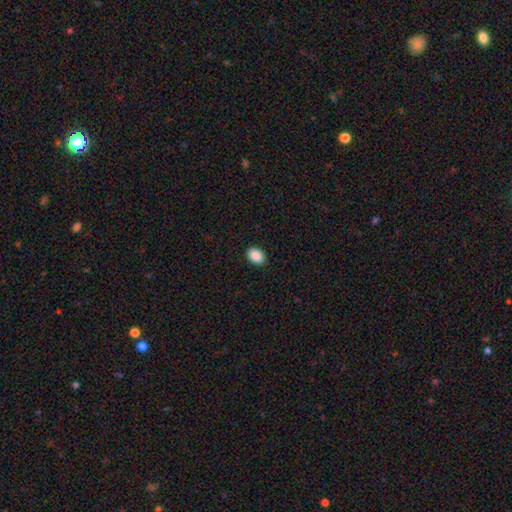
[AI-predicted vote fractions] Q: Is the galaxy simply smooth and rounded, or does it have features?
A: smooth — 90%.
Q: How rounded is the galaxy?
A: in between — 79%.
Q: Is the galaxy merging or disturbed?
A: none — 90%.